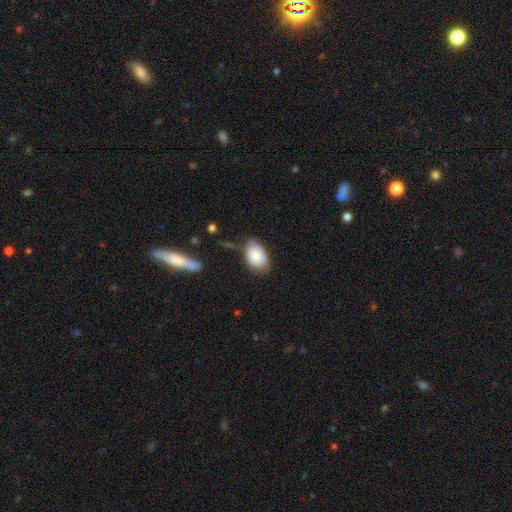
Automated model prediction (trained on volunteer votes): A smooth galaxy with no disk features (65%) that is in between round and cigar-shaped (86%).

Vote fractions:
- Smooth or featured? smooth: 65% / featured or disk: 28% / star or artifact: 7%
- How rounded? in between: 86% / round: 12% / cigar-shaped: 1%
- Merging? none: 60% / minor disturbance: 28% / major disturbance: 7% / merger: 4%